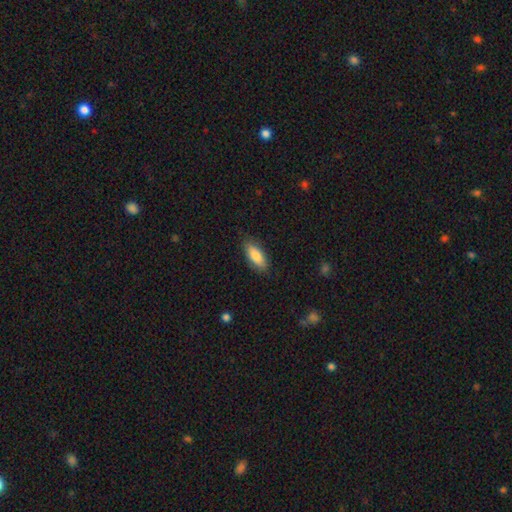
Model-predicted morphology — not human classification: This appears to be a smooth galaxy with no disk features (81%) that is in between round and cigar-shaped (80%). Merging: none (84%).